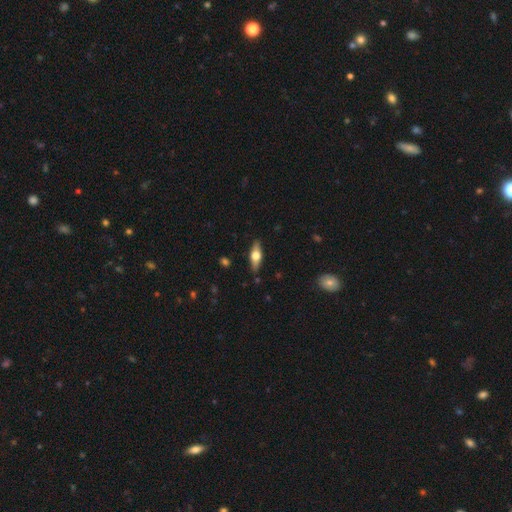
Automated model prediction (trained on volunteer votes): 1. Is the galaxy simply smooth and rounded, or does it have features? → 51% featured or disk, 43% smooth, 6% star or artifact.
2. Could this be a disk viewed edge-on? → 89% yes, 11% no.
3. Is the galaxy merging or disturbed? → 87% none, 10% minor disturbance, 2% major disturbance, 1% merger.